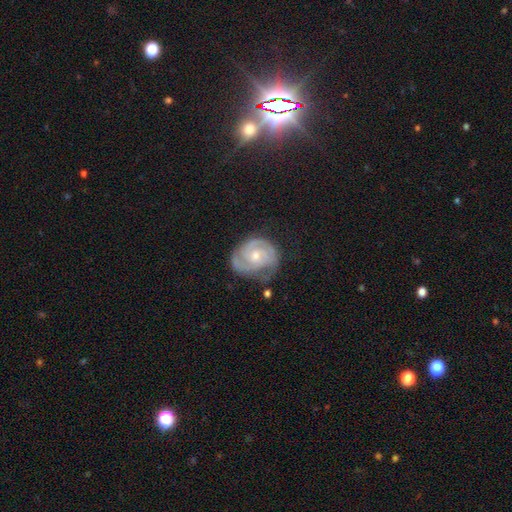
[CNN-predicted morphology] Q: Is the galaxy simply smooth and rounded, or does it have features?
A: featured or disk — 85%.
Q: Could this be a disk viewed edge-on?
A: no — 98%.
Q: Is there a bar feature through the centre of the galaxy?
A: no — 69%.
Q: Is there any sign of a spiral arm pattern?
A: yes — 96%.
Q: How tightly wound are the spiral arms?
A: tight — 63%.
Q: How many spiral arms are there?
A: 2 — 48%.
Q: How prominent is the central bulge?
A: small — 54%.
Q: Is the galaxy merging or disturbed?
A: none — 62%.